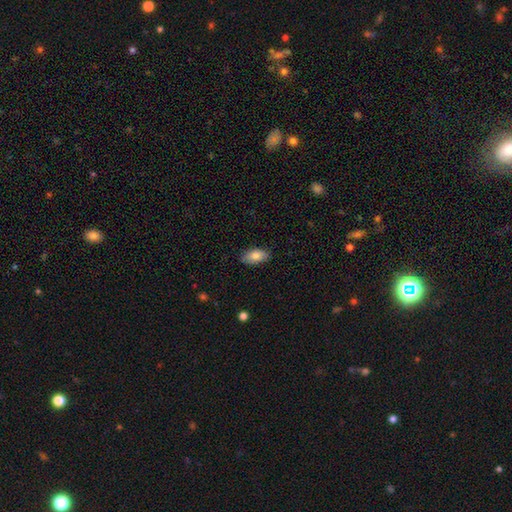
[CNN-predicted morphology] Smooth or featured? smooth (84%)
How rounded? in between (92%)
Merging? none (84%)